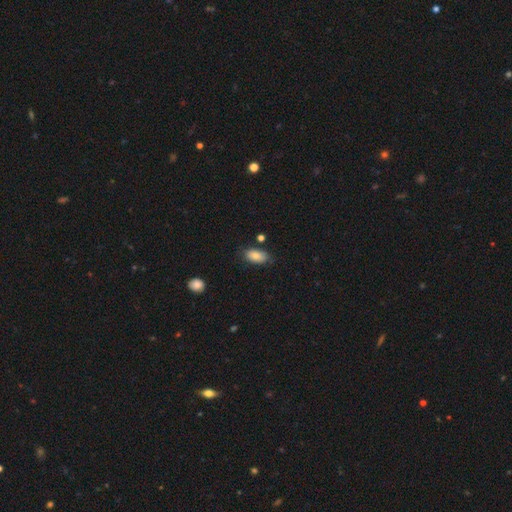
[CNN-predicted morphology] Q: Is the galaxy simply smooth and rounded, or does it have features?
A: smooth — 84%.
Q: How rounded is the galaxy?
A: in between — 92%.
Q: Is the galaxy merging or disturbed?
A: none — 76%.